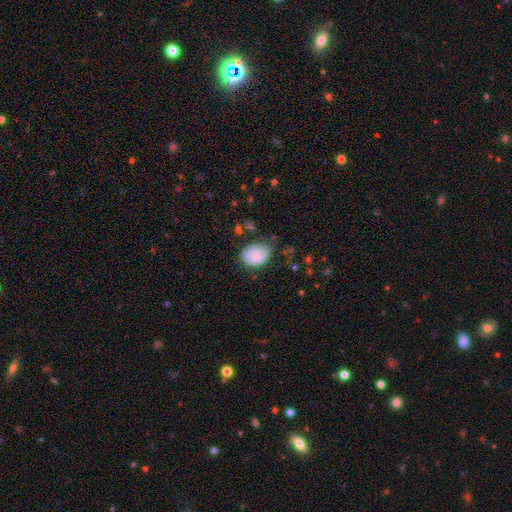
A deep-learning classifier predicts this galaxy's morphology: smooth 73%, featured or disk 20%, star or artifact 7%. Down the decision tree: how rounded — in between (68%); merging — none (66%).